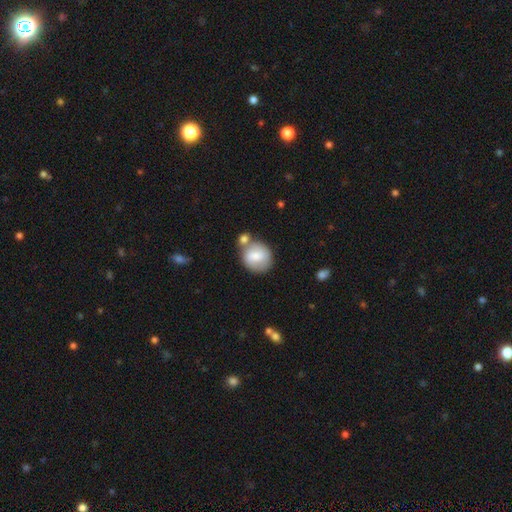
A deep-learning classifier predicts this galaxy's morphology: Smooth or featured?
  - smooth: 72% *
  - featured or disk: 21%
  - star or artifact: 7%
How rounded?
  - round: 74% *
  - in between: 24%
  - cigar-shaped: 1%
Merging?
  - none: 51% *
  - merger: 26%
  - minor disturbance: 17%
  - major disturbance: 6%